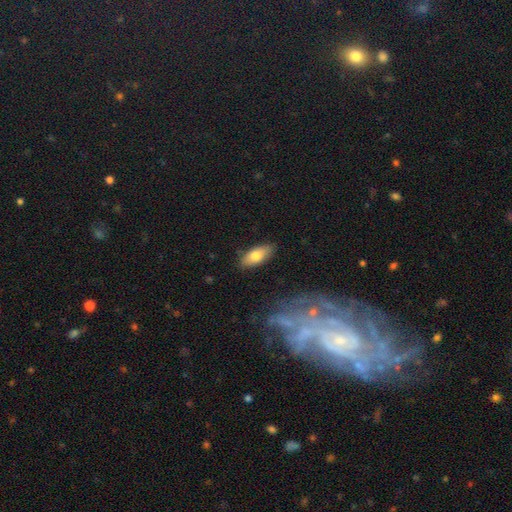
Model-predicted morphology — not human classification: Smooth or featured? smooth (75%)
How rounded? in between (83%)
Merging? none (85%)